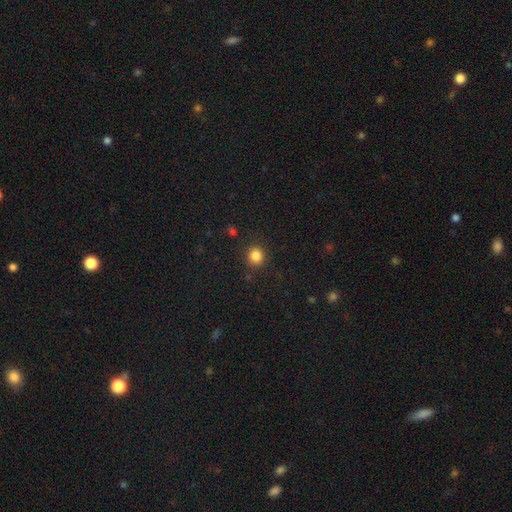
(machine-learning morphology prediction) The model was most divided on "how rounded": round: 85%, in between: 14%, cigar-shaped: 1%. More confident: merging — none (88%); smooth or featured — smooth (85%).